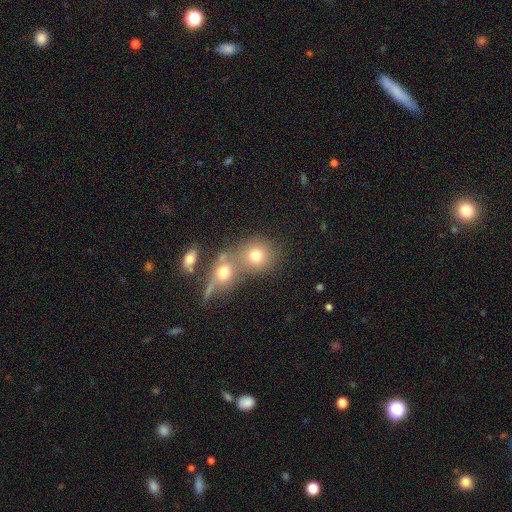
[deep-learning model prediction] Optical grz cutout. It shows a smooth galaxy with no disk features (73%) that is round (79%). Merging: merger (48%).